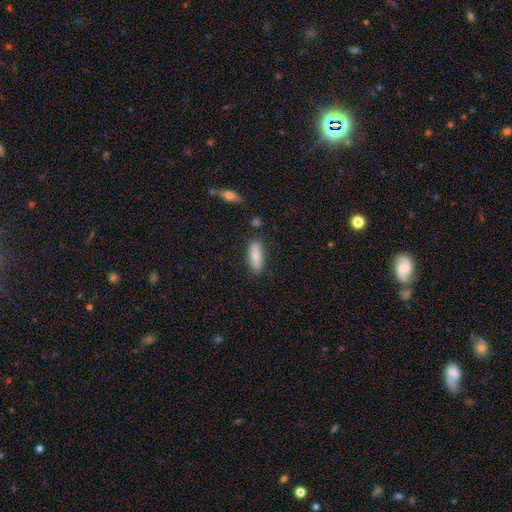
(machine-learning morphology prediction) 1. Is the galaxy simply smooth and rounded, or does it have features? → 80% smooth, 14% featured or disk, 6% star or artifact.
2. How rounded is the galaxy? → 55% in between, 43% cigar-shaped, 2% round.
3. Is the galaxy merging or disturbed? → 85% none, 10% minor disturbance, 3% merger, 2% major disturbance.